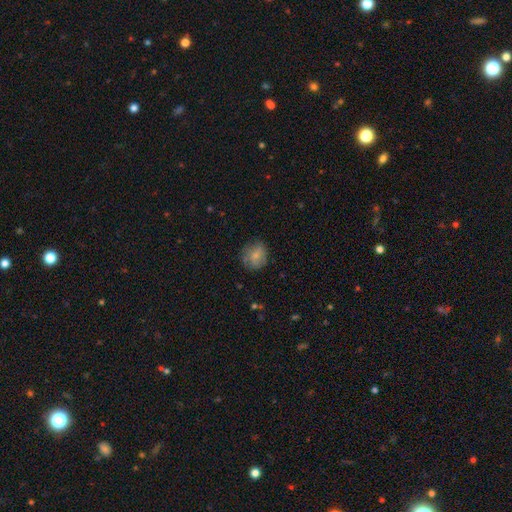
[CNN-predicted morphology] Smooth or featured? smooth (73%)
How rounded? round (75%)
Merging? none (70%)